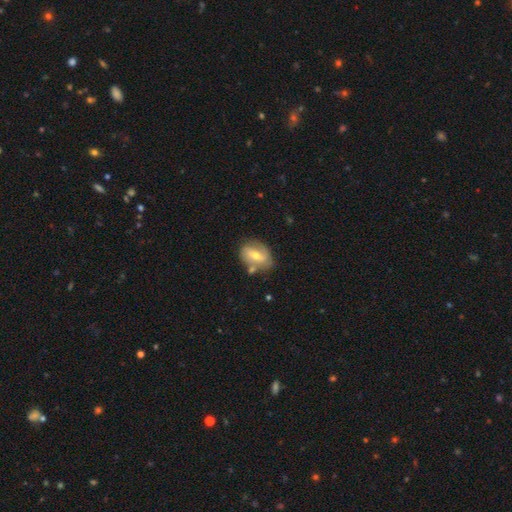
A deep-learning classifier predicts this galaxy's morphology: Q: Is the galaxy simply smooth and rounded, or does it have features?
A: featured or disk — 55%.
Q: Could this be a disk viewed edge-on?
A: no — 94%.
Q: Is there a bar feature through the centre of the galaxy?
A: weak — 40%.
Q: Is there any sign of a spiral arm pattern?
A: yes — 66%.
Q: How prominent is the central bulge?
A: moderate — 62%.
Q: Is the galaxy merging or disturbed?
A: none — 64%.